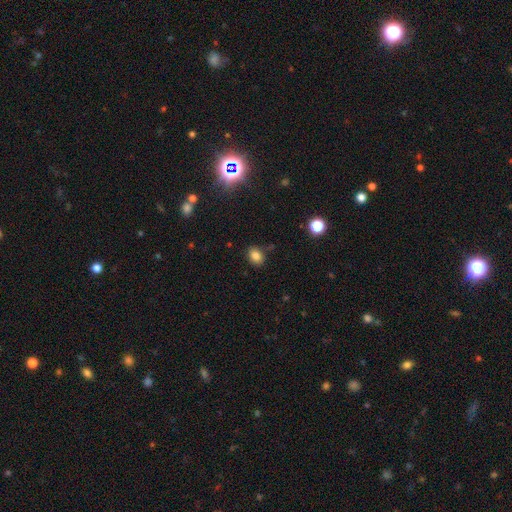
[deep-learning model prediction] smooth 81%, star or artifact 12%, featured or disk 6%. Down the decision tree: how rounded — in between (57%); merging — none (82%).